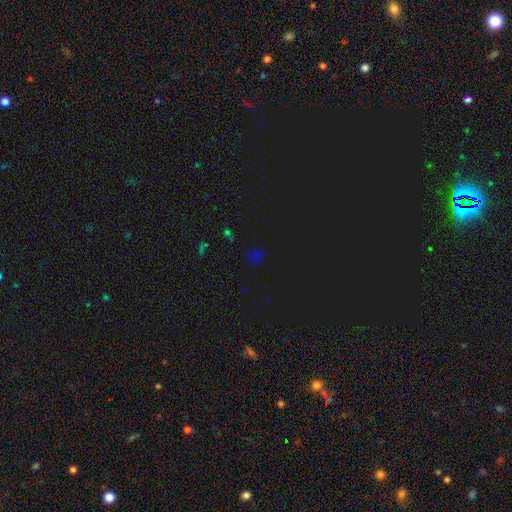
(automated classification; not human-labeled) A star or artifact, not a galaxy (66%).